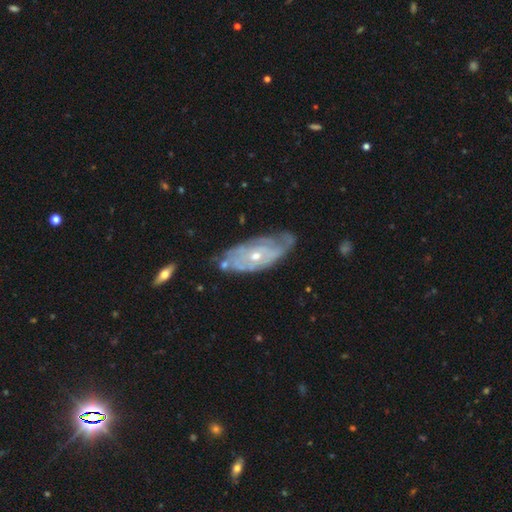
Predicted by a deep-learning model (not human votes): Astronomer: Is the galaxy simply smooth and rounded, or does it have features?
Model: featured or disk — 76%.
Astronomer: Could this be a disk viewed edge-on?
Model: no — 88%.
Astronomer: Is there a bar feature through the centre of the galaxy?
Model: no — 79%.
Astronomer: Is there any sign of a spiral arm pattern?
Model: yes — 76%.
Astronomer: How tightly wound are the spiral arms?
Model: tight — 68%.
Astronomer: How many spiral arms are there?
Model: can't tell — 59%.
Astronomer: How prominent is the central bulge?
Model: small — 57% (runner-up: moderate, 40%).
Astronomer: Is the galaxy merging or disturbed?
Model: none — 58%.